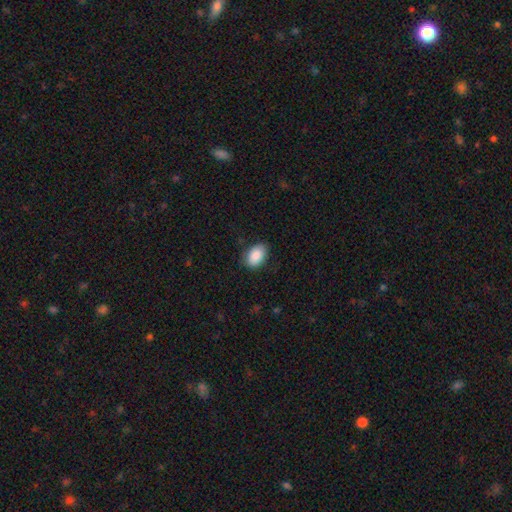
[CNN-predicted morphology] This appears to be a smooth galaxy with no disk features (89%) that is in between round and cigar-shaped (87%). Merging: none (80%).